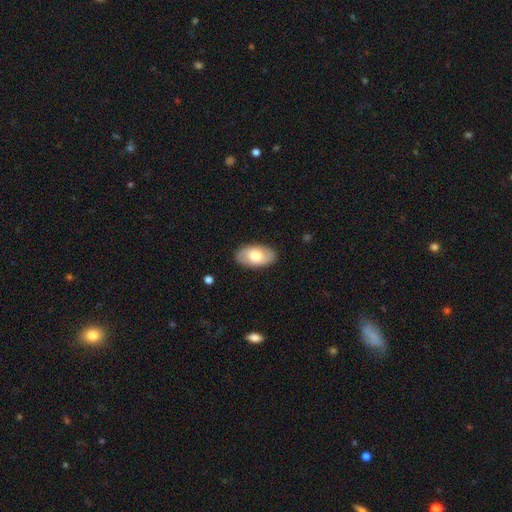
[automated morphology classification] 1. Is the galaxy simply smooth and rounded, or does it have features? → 65% smooth, 30% featured or disk, 6% star or artifact.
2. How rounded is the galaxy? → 94% in between, 5% round, 2% cigar-shaped.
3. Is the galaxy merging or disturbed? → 87% none, 10% minor disturbance, 2% major disturbance, 1% merger.